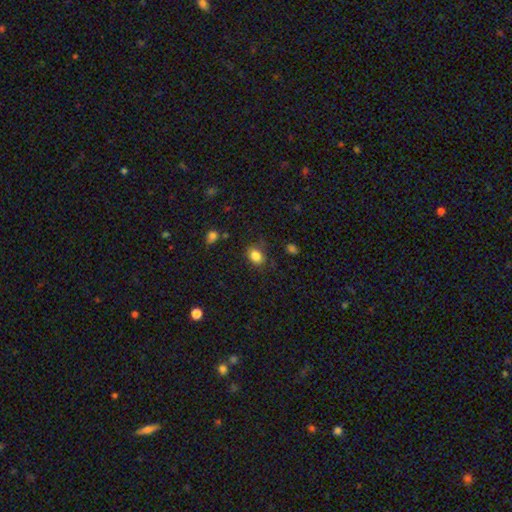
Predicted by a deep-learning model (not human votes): Overall: smooth (84%). How rounded: in between (64%; round 35%). Merging: none (77%).